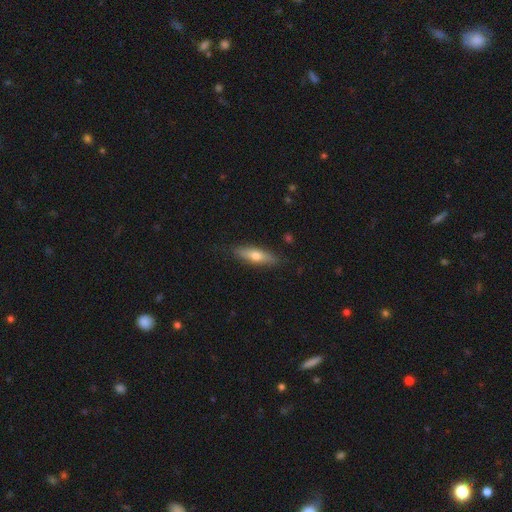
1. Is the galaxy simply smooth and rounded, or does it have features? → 66% smooth, 34% featured or disk, 0% star or artifact.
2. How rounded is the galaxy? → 64% cigar-shaped, 36% in between, 0% round.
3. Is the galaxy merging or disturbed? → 87% none, 11% minor disturbance, 3% major disturbance, 0% merger.